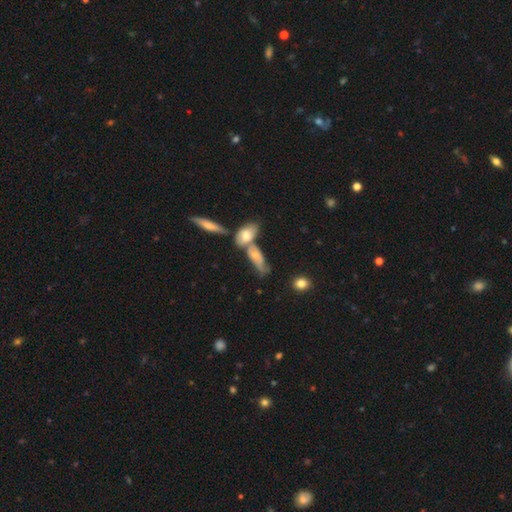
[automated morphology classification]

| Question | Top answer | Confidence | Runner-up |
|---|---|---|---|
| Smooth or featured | smooth | 55% | featured or disk (37%) |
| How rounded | in between | 69% | cigar-shaped (26%) |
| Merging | merger | 44% | none (28%) |